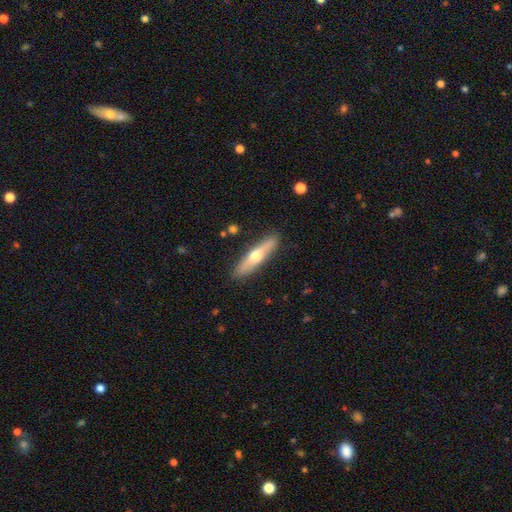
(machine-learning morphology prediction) smooth-or-featured: featured or disk: 50% | smooth: 44% | star or artifact: 6%
  disk-edge-on: yes: 87% | no: 13%
  merging: none: 89% | minor disturbance: 8% | major disturbance: 2% | merger: 1%